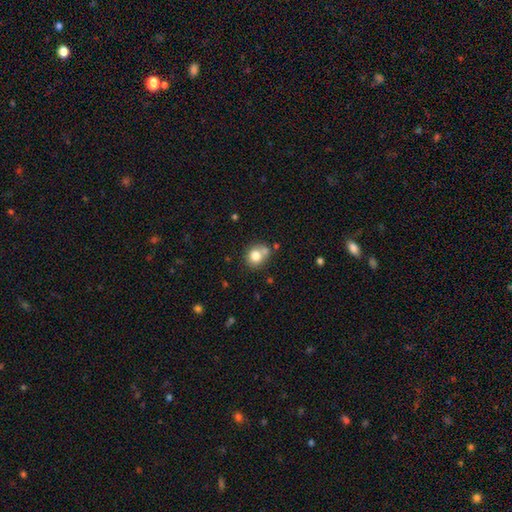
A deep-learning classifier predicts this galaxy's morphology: The model was most divided on "merging": none: 55%, merger: 25%, minor disturbance: 15%, major disturbance: 5%. More confident: how rounded — round (78%); smooth or featured — smooth (77%).